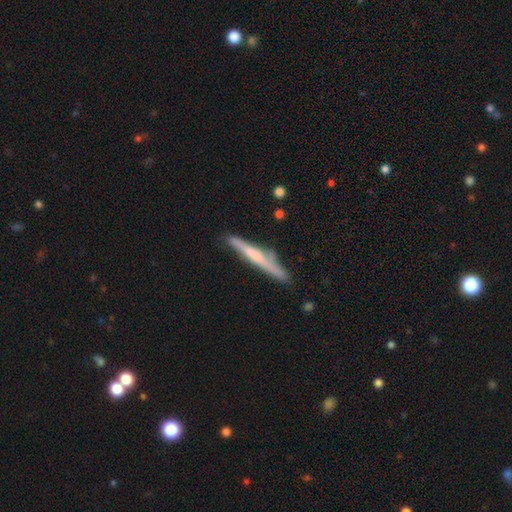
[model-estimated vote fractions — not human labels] Morphology: type=featured or disk (54%); edge-on=yes (88%); merging=none (70%).